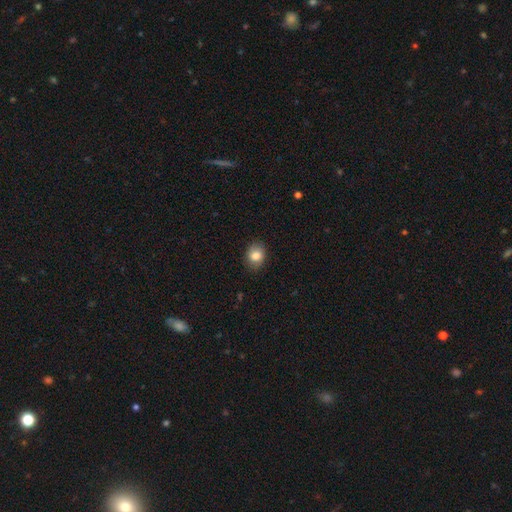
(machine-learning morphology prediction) smooth 84%, star or artifact 9%, featured or disk 8%. Down the decision tree: how rounded — in between (54%); merging — none (85%).